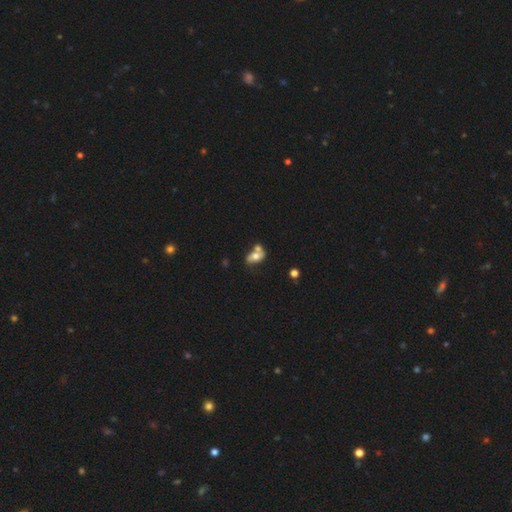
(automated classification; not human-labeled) Smooth or featured? Predicted: smooth (p=0.48). Merging? Predicted: merger (p=0.50).